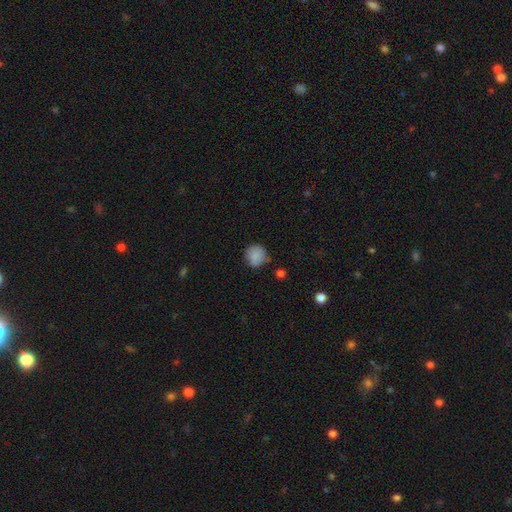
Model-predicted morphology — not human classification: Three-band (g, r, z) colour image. It shows a smooth galaxy with no disk features (86%) that is round (90%). Merging: none (77%).